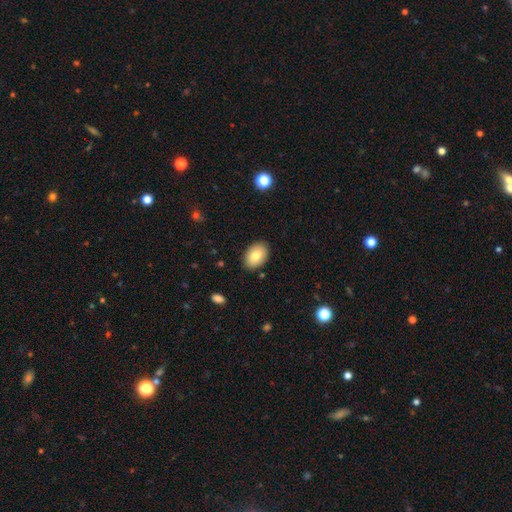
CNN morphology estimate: A smooth galaxy with no disk features (80%) that is in between round and cigar-shaped (84%). Merging: none (87%).